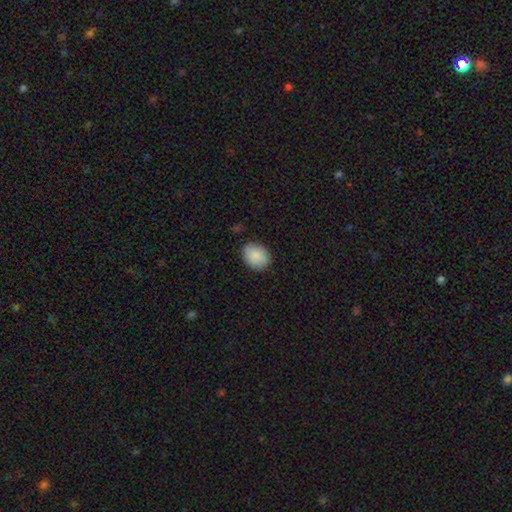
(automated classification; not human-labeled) smooth-or-featured: smooth: 87% | star or artifact: 7% | featured or disk: 6%
  how-rounded: in between: 53% | round: 46% | cigar-shaped: 1%
  merging: none: 85% | minor disturbance: 11% | major disturbance: 2% | merger: 1%